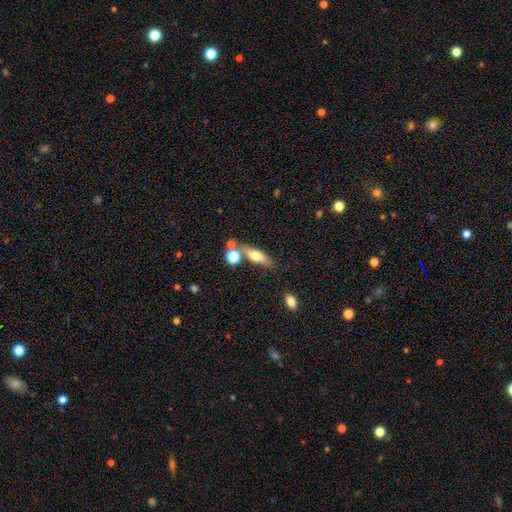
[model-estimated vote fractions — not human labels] Morphology: type=smooth (60%); roundness=in between (49%); merging=none (62%).